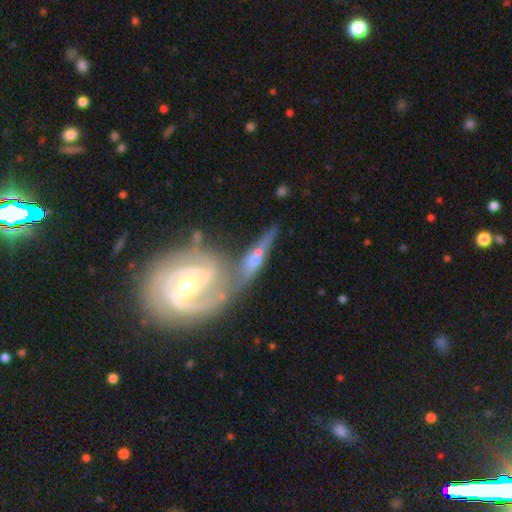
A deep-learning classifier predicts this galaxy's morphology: smooth-or-featured: featured or disk: 80% | smooth: 14% | star or artifact: 6%
  disk-edge-on: no: 77% | yes: 23%
    bar: weak: 41% | no: 34% | strong: 25%
    has-spiral-arms: yes: 89% | no: 11%
      spiral-winding: medium: 42% | tight: 39% | loose: 18%
      spiral-arm-count: 2: 74% | can't tell: 11% | 3: 7% | 1: 3% | 4: 2% | more than 4: 2%
    bulge-size: moderate: 53% | small: 40% | large: 4% | none: 2% | dominant: 1%
  merging: merger: 43% | none: 34% | minor disturbance: 14% | major disturbance: 8%